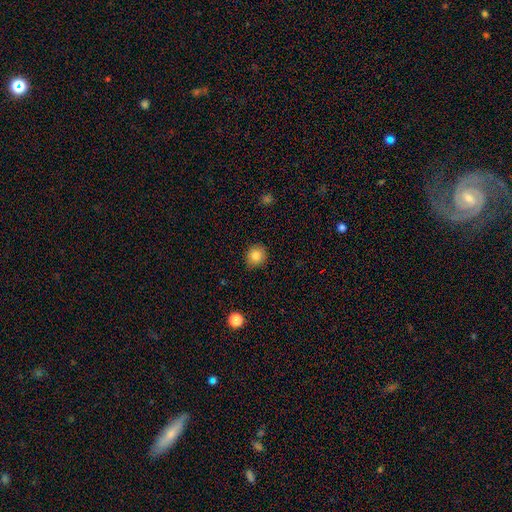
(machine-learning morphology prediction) This appears to be a smooth galaxy with no disk features (82%) that is round (84%). Merging: none (88%).